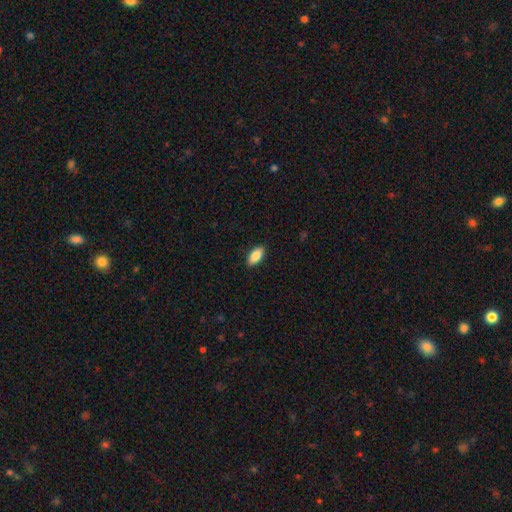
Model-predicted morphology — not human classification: The model was most divided on "smooth or featured": smooth: 86%, featured or disk: 8%, star or artifact: 6%. More confident: how rounded — in between (90%); merging — none (89%).